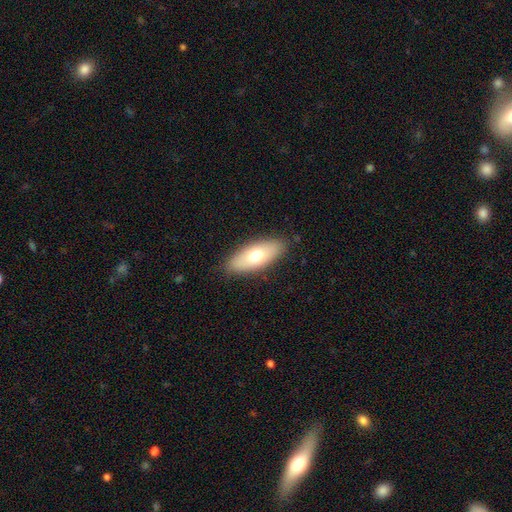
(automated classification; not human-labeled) Smooth or featured: smooth — 68% (featured or disk — 26%)
How rounded: in between — 80% (cigar-shaped — 17%)
Merging: none — 87% (minor disturbance — 10%)